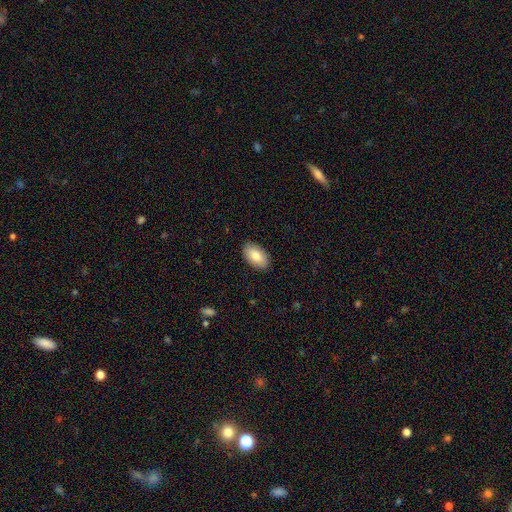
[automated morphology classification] Overall: smooth (83%). How rounded: in between (95%). Merging: none (89%).